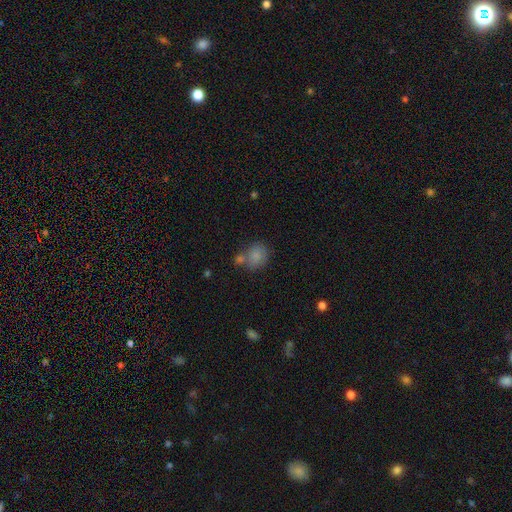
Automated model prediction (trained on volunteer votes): Smooth or featured?
  - smooth: 82% *
  - star or artifact: 9%
  - featured or disk: 9%
How rounded?
  - round: 68% *
  - in between: 31%
  - cigar-shaped: 1%
Merging?
  - none: 48% *
  - merger: 32%
  - minor disturbance: 14%
  - major disturbance: 5%